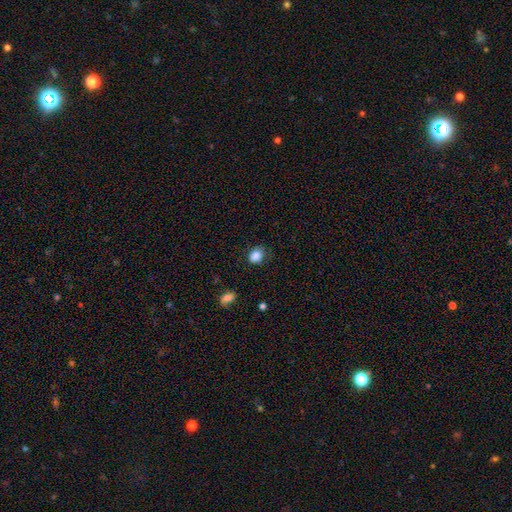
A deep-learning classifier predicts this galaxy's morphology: The model was most divided on "how rounded": round: 53%, in between: 46%, cigar-shaped: 1%. More confident: smooth or featured — smooth (85%); merging — none (77%).